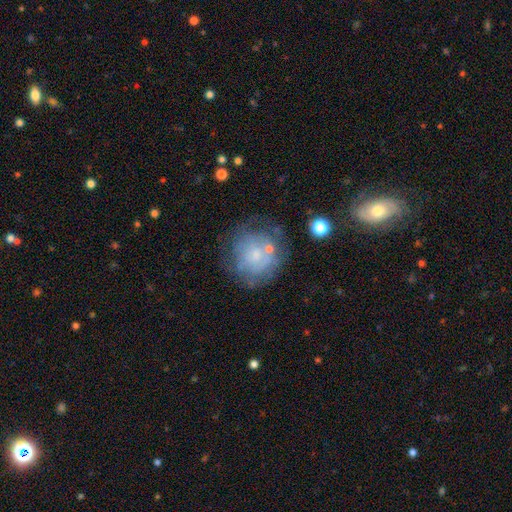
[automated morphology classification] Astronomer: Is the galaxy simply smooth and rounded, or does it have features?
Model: smooth — 45%, tied with featured or disk at 45%.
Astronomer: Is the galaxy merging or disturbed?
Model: none — 55%.